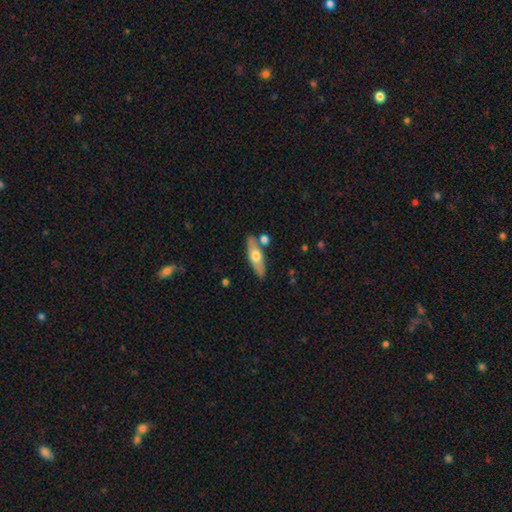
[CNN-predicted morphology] Smooth or featured?
  - smooth: 48% *
  - featured or disk: 46%
  - star or artifact: 6%
Merging?
  - none: 77% *
  - minor disturbance: 12%
  - merger: 8%
  - major disturbance: 3%